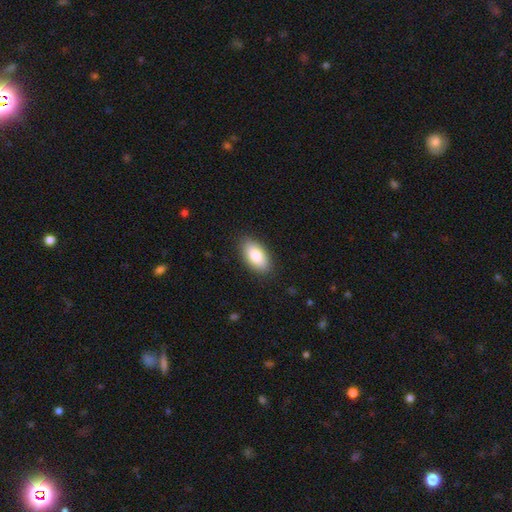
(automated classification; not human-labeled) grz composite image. It shows a smooth galaxy with no disk features (84%) that is in between round and cigar-shaped (93%). Merging: none (87%).